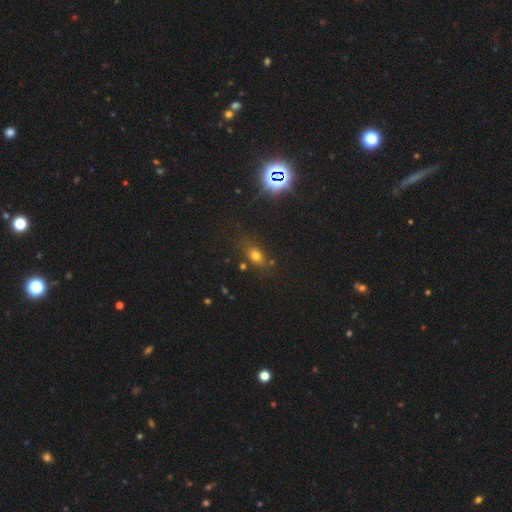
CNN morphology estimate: type=smooth (67%); roundness=in between (65%); merging=none (75%).